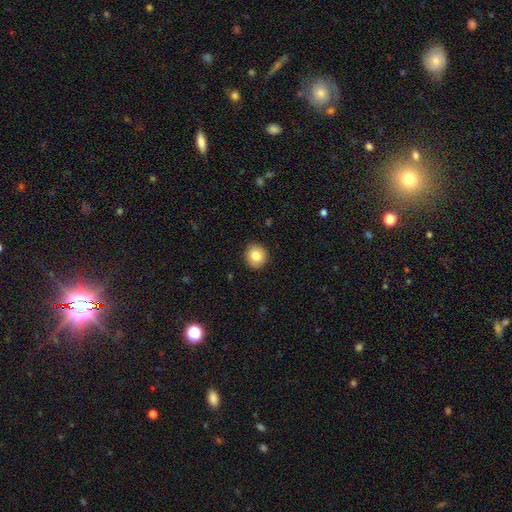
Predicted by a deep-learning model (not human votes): The model was most divided on "smooth or featured": smooth: 81%, featured or disk: 10%, star or artifact: 9%. More confident: merging — none (91%); how rounded — round (88%).